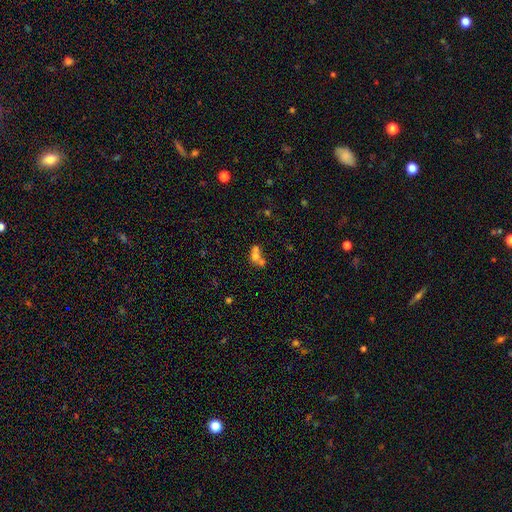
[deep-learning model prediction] This is likely a smooth galaxy (61%). How rounded: possibly round (57%). Merging: likely merger (64%).